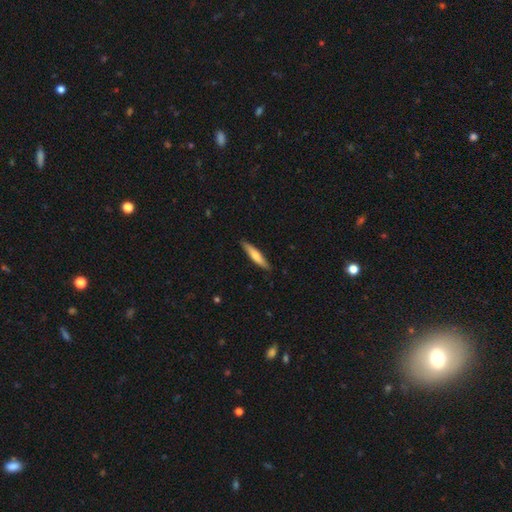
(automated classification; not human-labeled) Smooth or featured: smooth — 63% (featured or disk — 31%)
How rounded: cigar-shaped — 87% (in between — 11%)
Merging: none — 88% (minor disturbance — 10%)